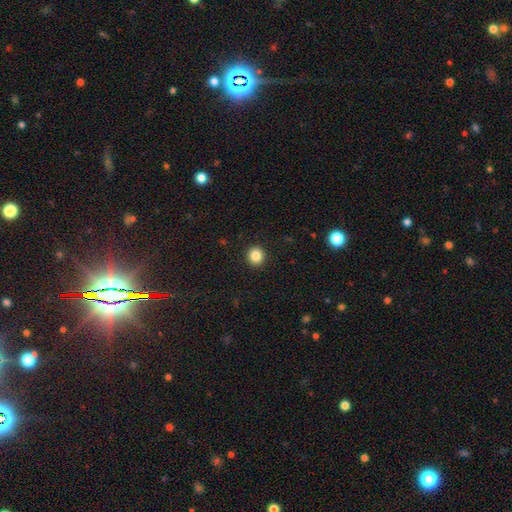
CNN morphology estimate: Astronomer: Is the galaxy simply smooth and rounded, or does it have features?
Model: smooth — 85%.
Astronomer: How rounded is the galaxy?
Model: round — 89%.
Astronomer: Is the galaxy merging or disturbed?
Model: none — 93%.